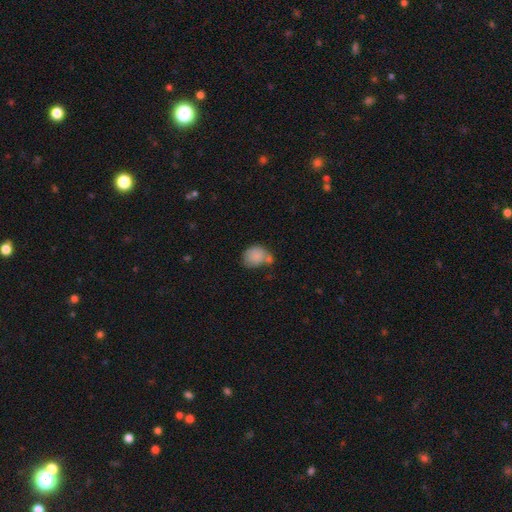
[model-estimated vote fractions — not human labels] Smooth or featured? smooth (84%)
How rounded? round (55%)
Merging? none (42%)